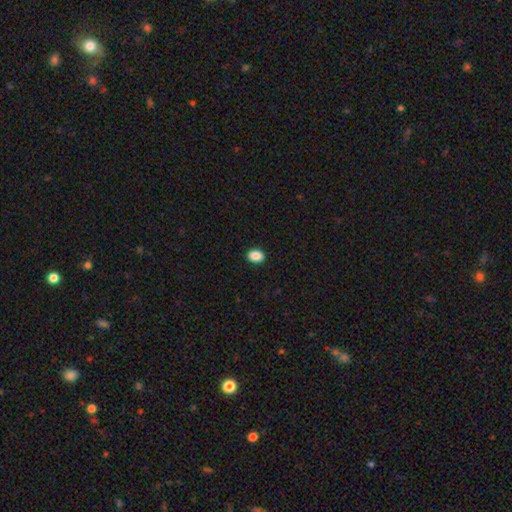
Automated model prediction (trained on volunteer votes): Smooth or featured? Predicted: smooth (p=0.89). How rounded? Predicted: in between (p=0.73). Merging? Predicted: none (p=0.91).